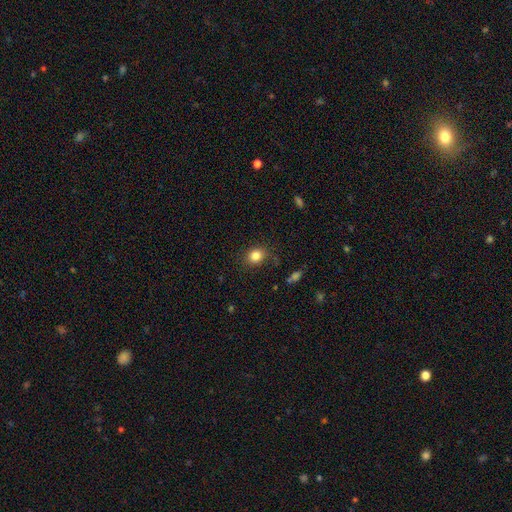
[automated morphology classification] smooth 84%, star or artifact 11%, featured or disk 5%. Down the decision tree: how rounded — round (58%); merging — none (84%).